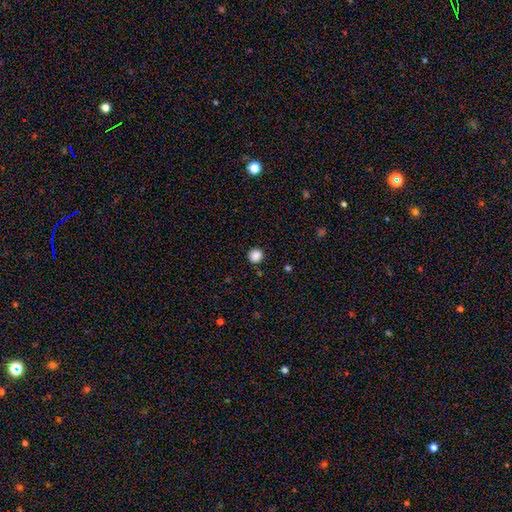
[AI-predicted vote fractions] Smooth or featured? Predicted: smooth (p=0.87). How rounded? Predicted: round (p=0.89). Merging? Predicted: none (p=0.90).